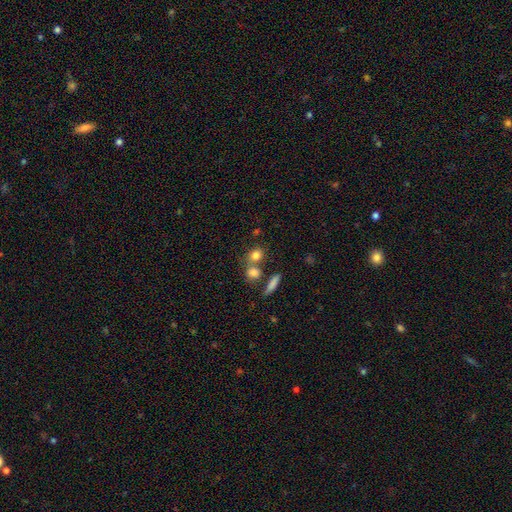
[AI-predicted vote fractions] Smooth or featured: smooth — 81% (star or artifact — 11%)
How rounded: round — 67% (in between — 30%)
Merging: none — 54% (merger — 32%)